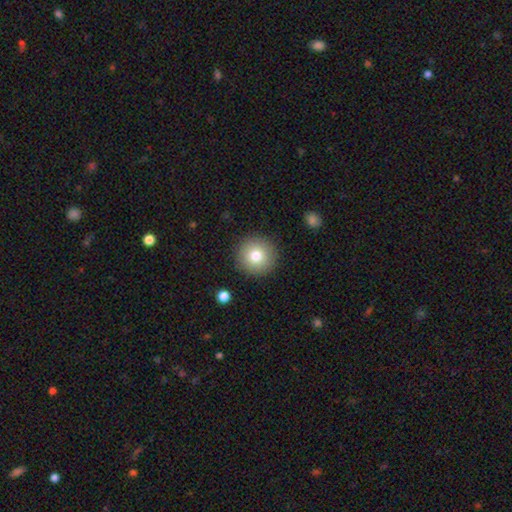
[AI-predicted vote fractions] The model was most divided on "smooth or featured": smooth: 78%, featured or disk: 11%, star or artifact: 10%. More confident: how rounded — round (96%); merging — none (90%).